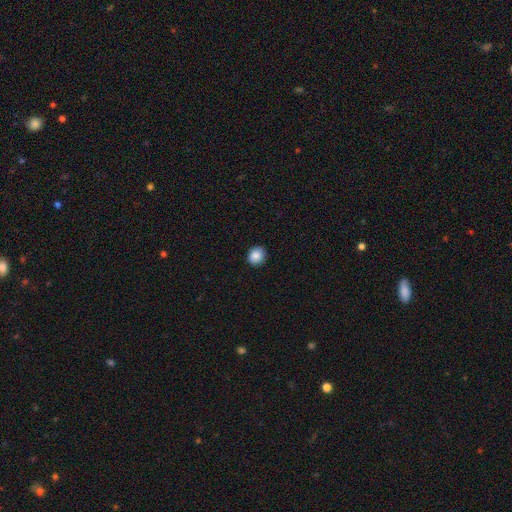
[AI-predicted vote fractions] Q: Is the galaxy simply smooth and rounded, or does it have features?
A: smooth — 87%.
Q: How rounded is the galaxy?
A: round — 82%.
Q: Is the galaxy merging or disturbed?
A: none — 89%.